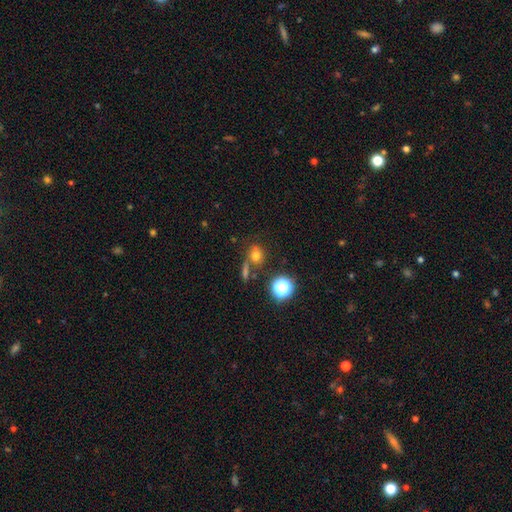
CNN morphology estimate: smooth-or-featured: smooth: 69% | star or artifact: 19% | featured or disk: 11%
  how-rounded: round: 59% | in between: 38% | cigar-shaped: 2%
  merging: none: 61% | merger: 20% | minor disturbance: 13% | major disturbance: 7%